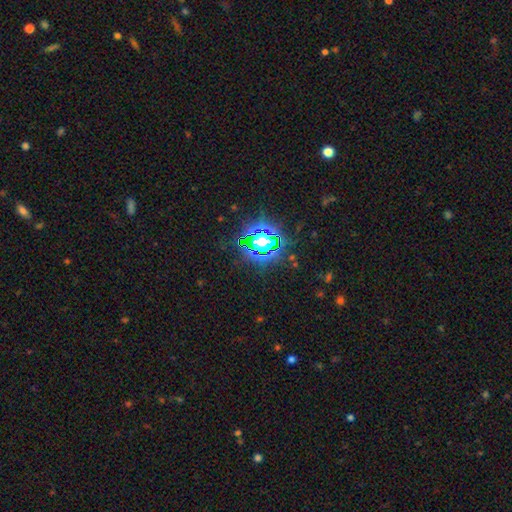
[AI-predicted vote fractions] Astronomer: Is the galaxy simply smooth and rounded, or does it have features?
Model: star or artifact — 83%.